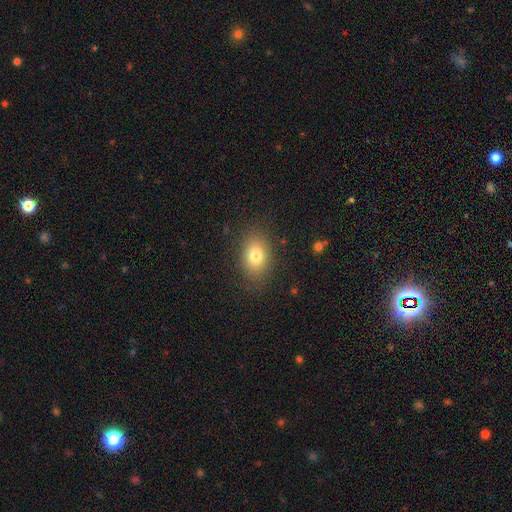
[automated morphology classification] A smooth galaxy with no disk features (77%) that is in between round and cigar-shaped (73%). Merging: none (84%).